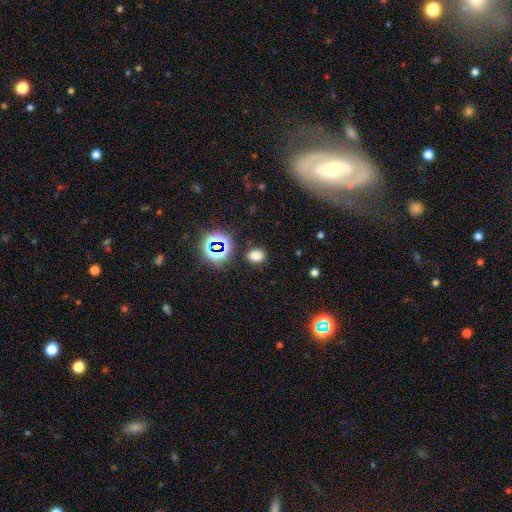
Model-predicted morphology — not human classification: Smooth or featured? Predicted: smooth (p=0.72). How rounded? Predicted: in between (p=0.61). Merging? Predicted: none (p=0.85).